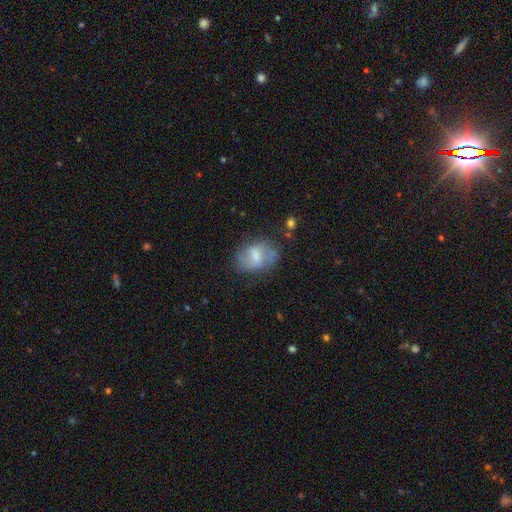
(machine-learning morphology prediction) A smooth galaxy with no disk features (52%) that is in between round and cigar-shaped (75%).

Vote fractions:
- Smooth or featured? smooth: 52% / featured or disk: 40% / star or artifact: 8%
- How rounded? in between: 75% / round: 23% / cigar-shaped: 2%
- Merging? none: 60% / minor disturbance: 25% / major disturbance: 12% / merger: 3%